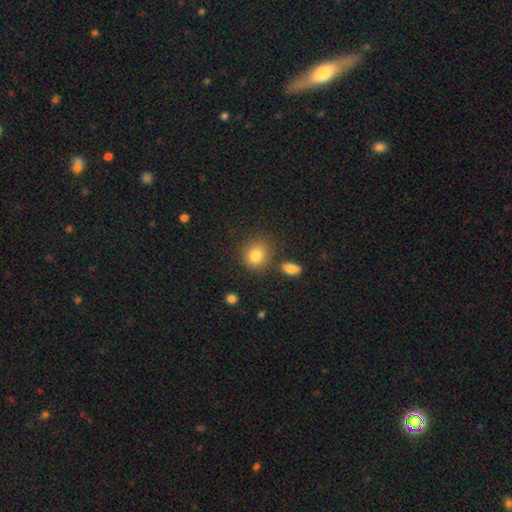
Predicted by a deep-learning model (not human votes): Smooth or featured? Predicted: smooth (p=0.83). How rounded? Predicted: round (p=0.73). Merging? Predicted: none (p=0.76).